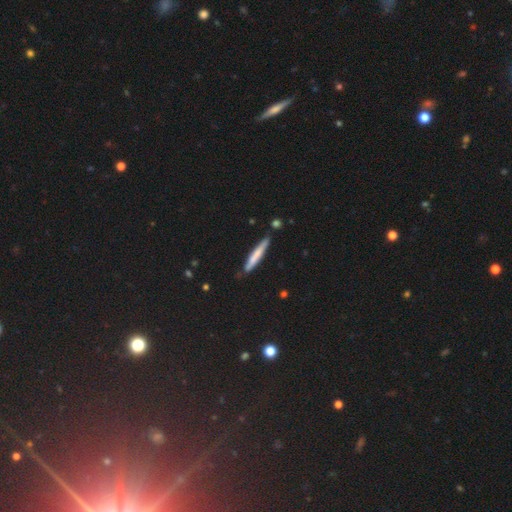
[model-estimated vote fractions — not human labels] Smooth or featured? smooth (65%)
How rounded? cigar-shaped (95%)
Merging? none (81%)